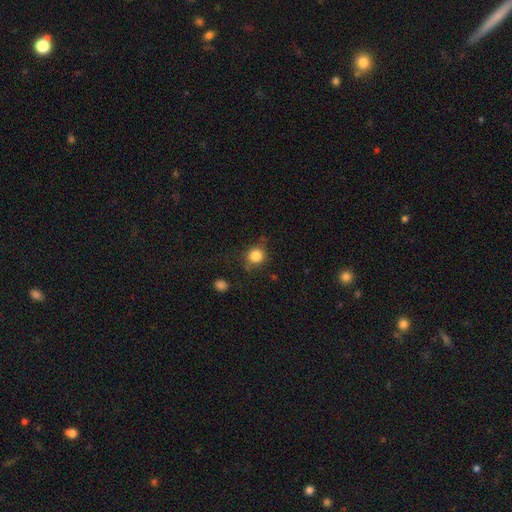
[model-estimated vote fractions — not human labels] Smooth or featured: smooth — 84% (star or artifact — 11%)
How rounded: round — 86% (in between — 13%)
Merging: none — 74% (minor disturbance — 17%)